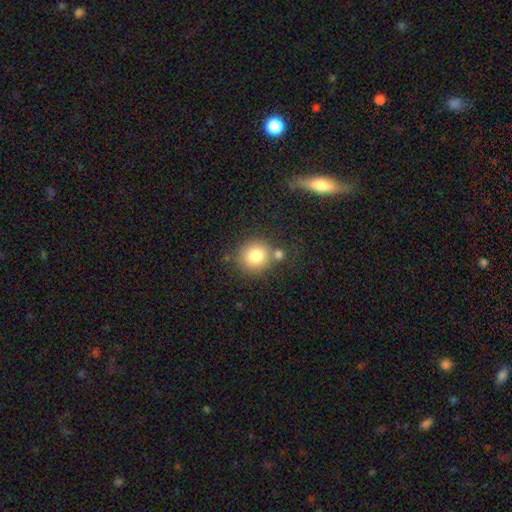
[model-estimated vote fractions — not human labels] smooth-or-featured: smooth: 80% | star or artifact: 10% | featured or disk: 10%
  how-rounded: round: 89% | in between: 10% | cigar-shaped: 1%
  merging: none: 69% | merger: 16% | minor disturbance: 11% | major disturbance: 4%